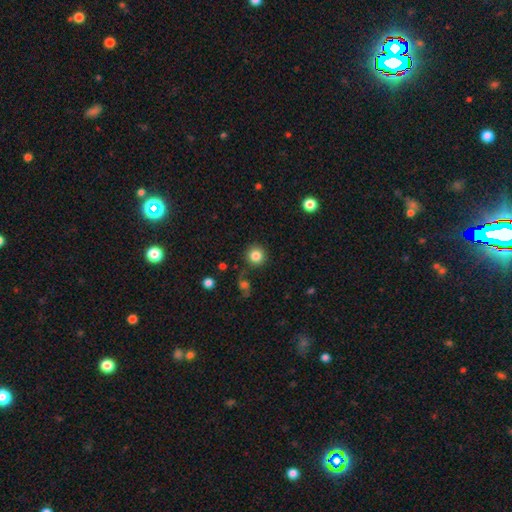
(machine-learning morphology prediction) Smooth or featured: smooth — 84% (star or artifact — 11%)
How rounded: round — 93% (in between — 6%)
Merging: none — 86% (minor disturbance — 8%)